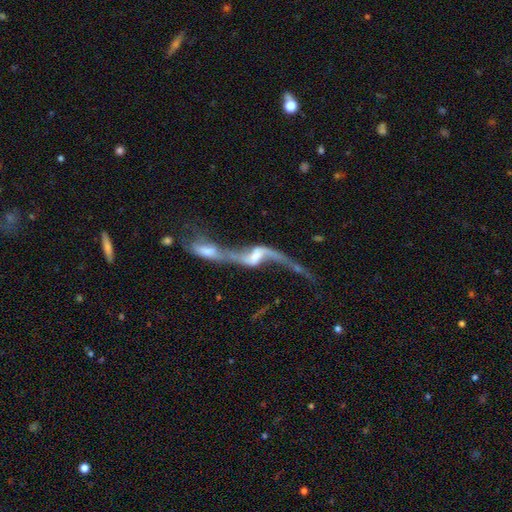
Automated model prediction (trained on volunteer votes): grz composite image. It shows a featured or disk galaxy (81%) with a weak bar (43%), 2 (86%) loose (93%) spiral arms (86%) and a moderate central bulge (33%). Merging: merger (78%).